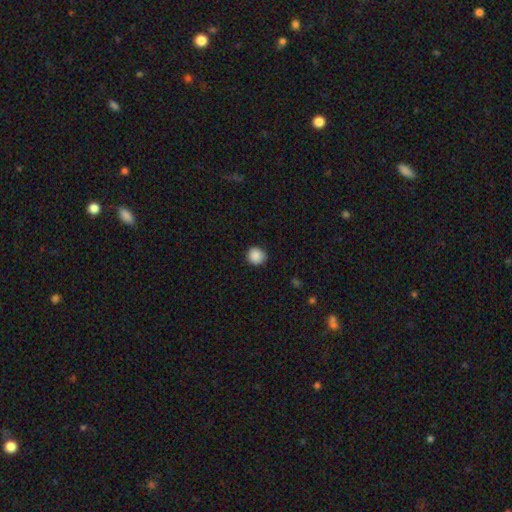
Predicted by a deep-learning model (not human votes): This is clearly a smooth galaxy (89%). How rounded: clearly round (90%). Merging: clearly none (88%).